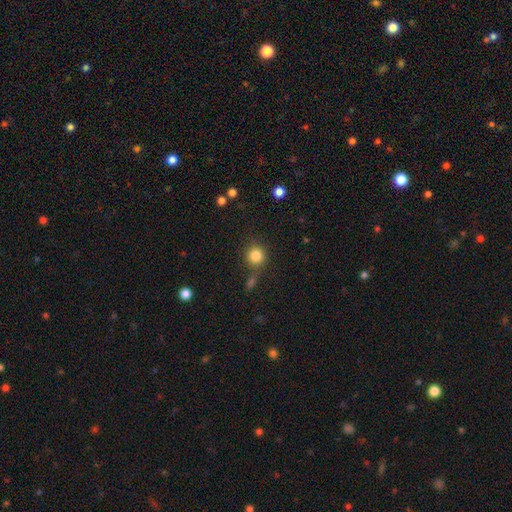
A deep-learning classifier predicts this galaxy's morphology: A smooth galaxy with no disk features (83%) that is round (91%).

Vote fractions:
- Smooth or featured? smooth: 83% / star or artifact: 11% / featured or disk: 6%
- How rounded? round: 91% / in between: 8% / cigar-shaped: 1%
- Merging? none: 73% / merger: 11% / minor disturbance: 11% / major disturbance: 5%